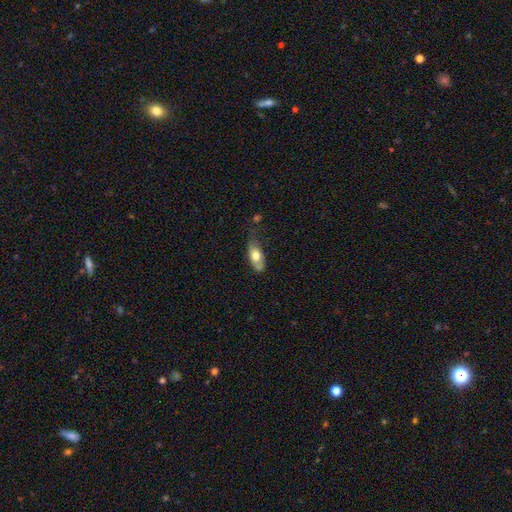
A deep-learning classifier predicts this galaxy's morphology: The model was most divided on "merging": none: 52%, minor disturbance: 34%, major disturbance: 10%, merger: 3%. More confident: how rounded — in between (82%); smooth or featured — smooth (65%).